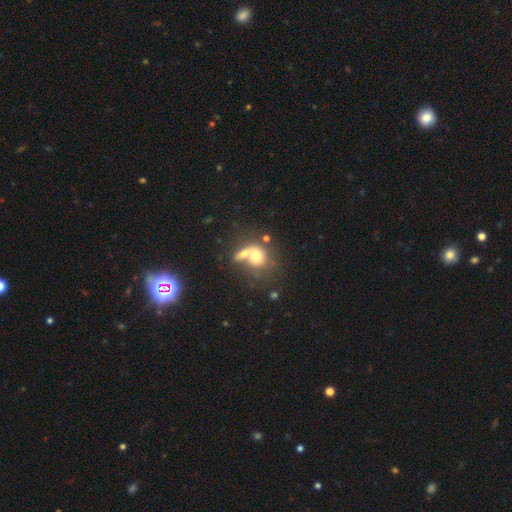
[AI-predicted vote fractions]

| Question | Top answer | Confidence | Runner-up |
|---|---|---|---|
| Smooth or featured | smooth | 63% | featured or disk (27%) |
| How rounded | round | 62% | in between (36%) |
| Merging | merger | 59% | none (21%) |